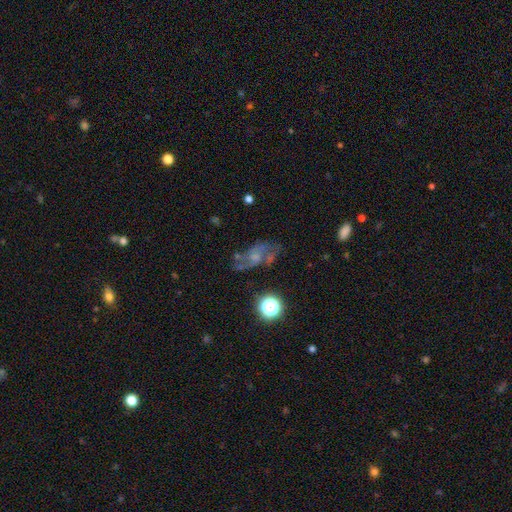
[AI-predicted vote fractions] This is possibly a featured or disk galaxy (56%). It is clearly not viewed edge-on (94%). Bar: likely no (68%). Spiral arm pattern: likely yes (70%). Central bulge: marginally small (36%). Merging: possibly none (51%).